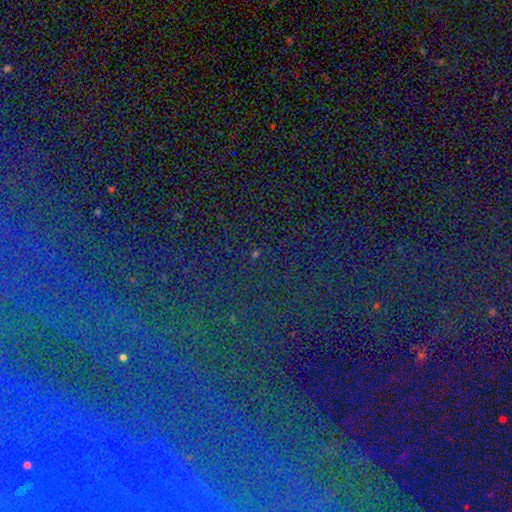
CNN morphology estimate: smooth-or-featured: star or artifact: 80% | smooth: 11% | featured or disk: 9%